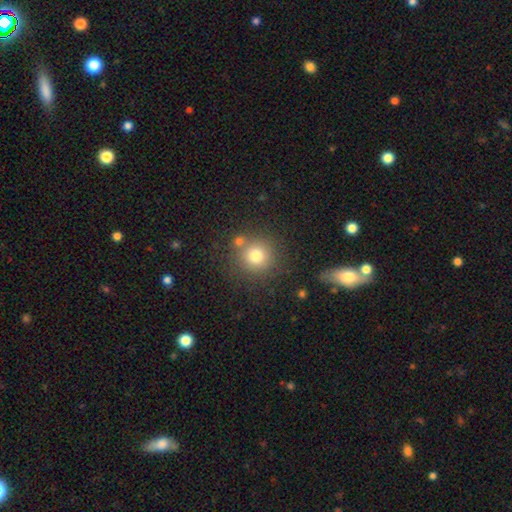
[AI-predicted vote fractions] A smooth galaxy with no disk features (76%) that is round (93%).

Vote fractions:
- Smooth or featured? smooth: 76% / star or artifact: 14% / featured or disk: 10%
- How rounded? round: 93% / in between: 6% / cigar-shaped: 1%
- Merging? none: 74% / merger: 12% / minor disturbance: 9% / major disturbance: 4%